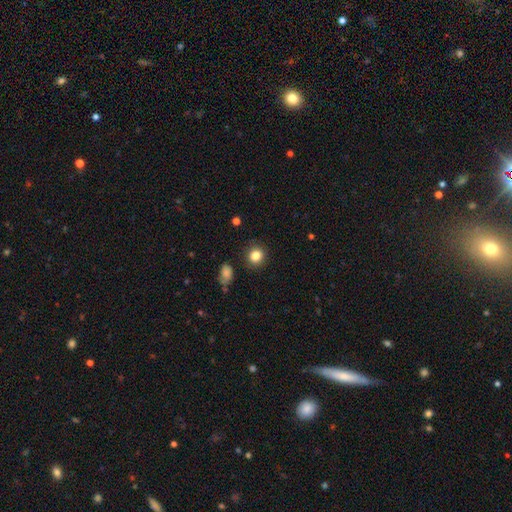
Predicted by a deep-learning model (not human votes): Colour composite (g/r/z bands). It shows a smooth galaxy with no disk features (84%) that is round (86%). Merging: none (88%).